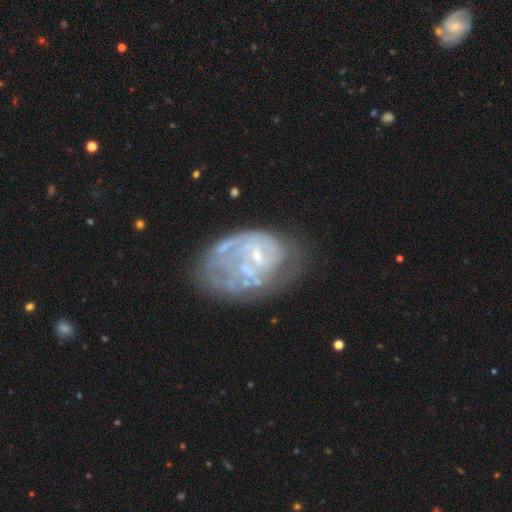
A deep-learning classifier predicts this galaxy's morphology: This appears to be a featured or disk galaxy (72%) with no bar (61%), spiral arms (51%) and a small central bulge (52%). Merging: none (39%).